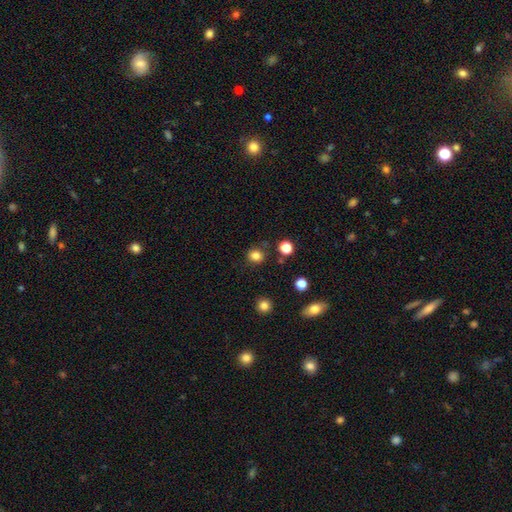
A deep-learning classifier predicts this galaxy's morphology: Smooth or featured?
  - smooth: 83% *
  - star or artifact: 13%
  - featured or disk: 5%
How rounded?
  - round: 82% *
  - in between: 17%
  - cigar-shaped: 1%
Merging?
  - none: 85% *
  - minor disturbance: 9%
  - merger: 3%
  - major disturbance: 3%